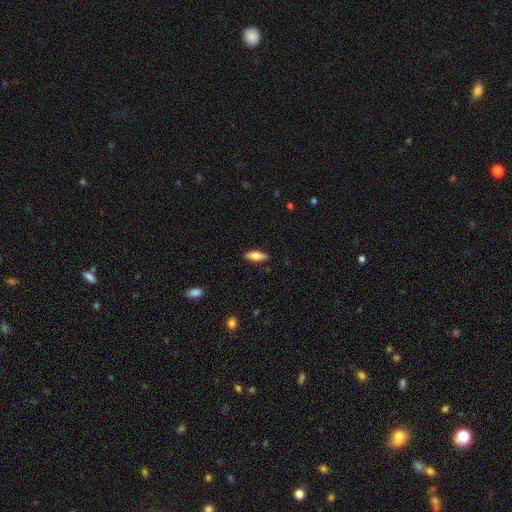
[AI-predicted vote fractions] Smooth or featured: smooth — 68% (featured or disk — 26%)
How rounded: in between — 65% (cigar-shaped — 32%)
Merging: none — 87% (minor disturbance — 10%)